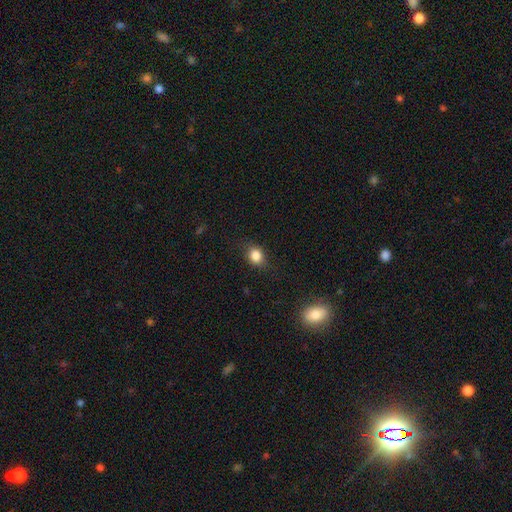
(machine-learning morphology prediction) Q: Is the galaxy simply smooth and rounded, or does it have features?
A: smooth — 83%.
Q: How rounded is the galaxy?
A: round — 55%.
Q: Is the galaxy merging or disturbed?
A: none — 77%.